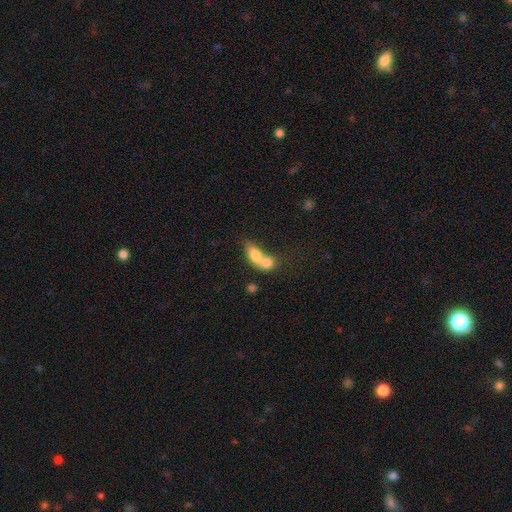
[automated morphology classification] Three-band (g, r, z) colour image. It shows a smooth galaxy with no disk features (75%) that is in between round and cigar-shaped (74%). Merging: merger (73%).